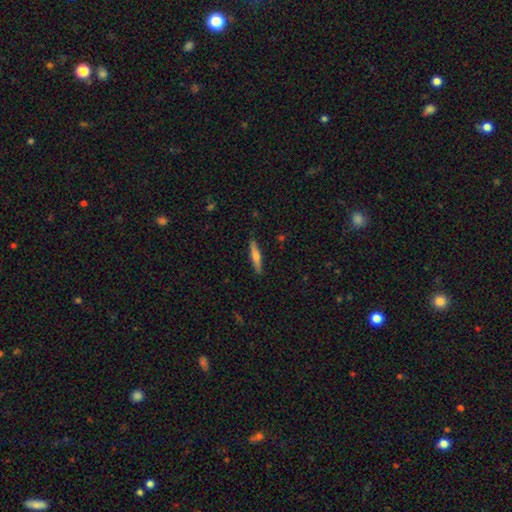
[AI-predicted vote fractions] Smooth or featured: smooth — 50% (featured or disk — 44%)
Merging: none — 90% (minor disturbance — 7%)